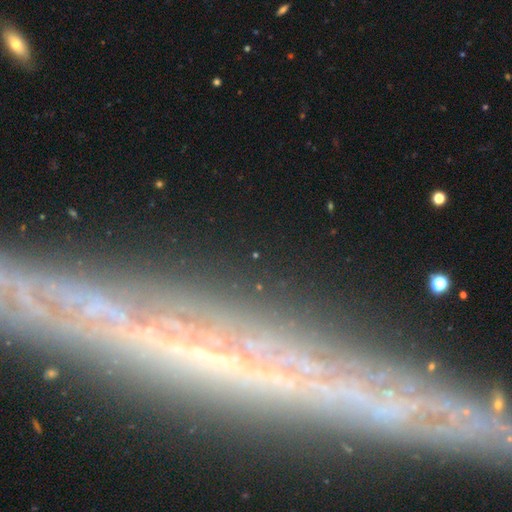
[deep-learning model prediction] A star or artifact, not a galaxy (39%).